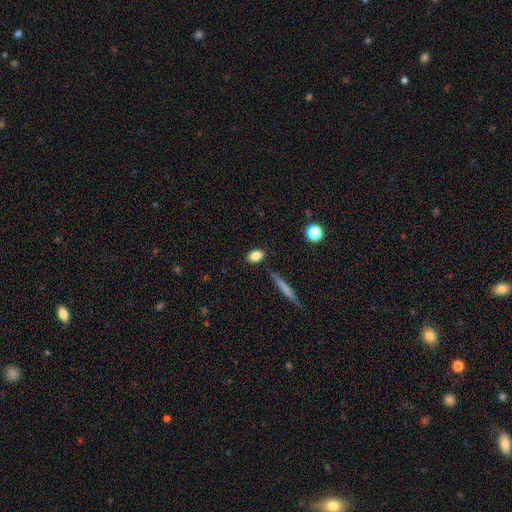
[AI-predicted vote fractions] The model was most divided on "how rounded": in between: 78%, round: 17%, cigar-shaped: 5%. More confident: merging — none (84%); smooth or featured — smooth (84%).